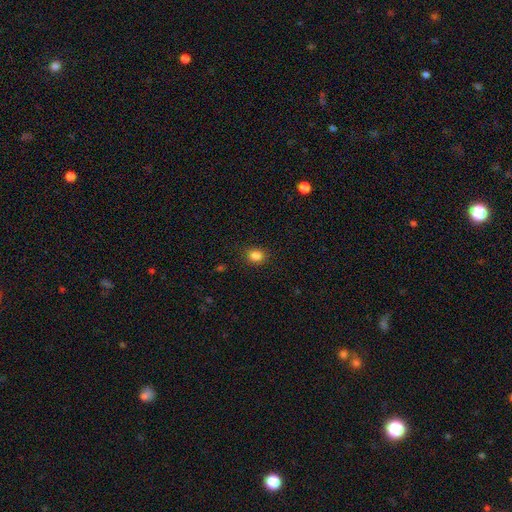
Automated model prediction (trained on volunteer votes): smooth-or-featured: smooth: 85% | star or artifact: 11% | featured or disk: 4%
  how-rounded: round: 56% | in between: 43% | cigar-shaped: 1%
  merging: none: 88% | minor disturbance: 9% | major disturbance: 2% | merger: 1%